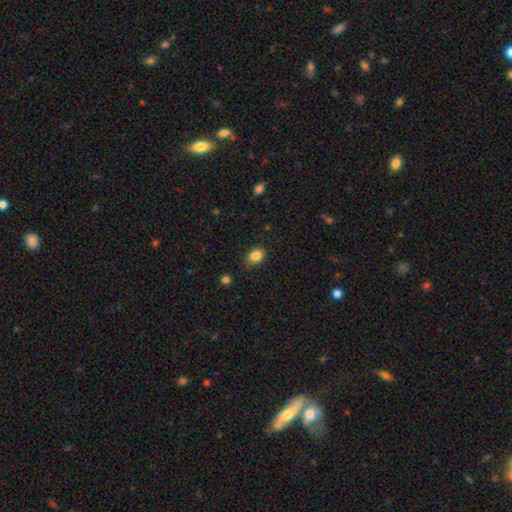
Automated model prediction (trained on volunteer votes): This is clearly a smooth galaxy (86%). How rounded: likely in between (68%). Merging: clearly none (83%).